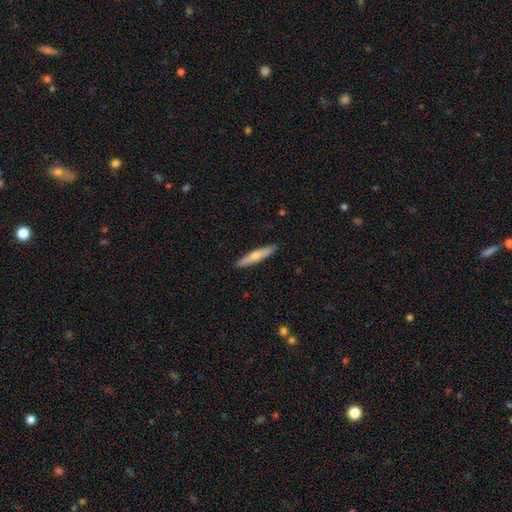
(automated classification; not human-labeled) Smooth or featured? smooth (61%)
How rounded? cigar-shaped (88%)
Merging? none (90%)